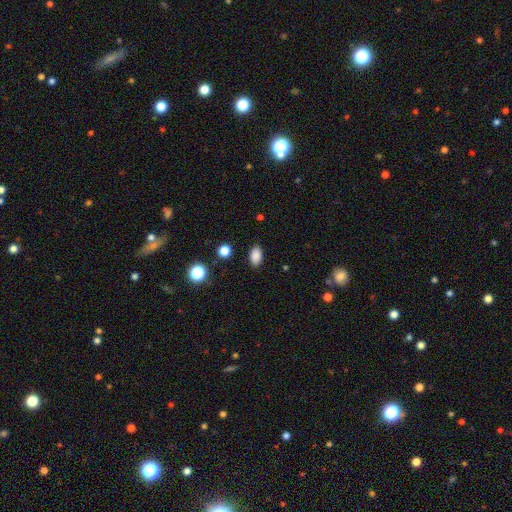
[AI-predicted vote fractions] A smooth galaxy with no disk features (87%) that is in between round and cigar-shaped (90%).

Vote fractions:
- Smooth or featured? smooth: 87% / star or artifact: 10% / featured or disk: 4%
- How rounded? in between: 90% / round: 8% / cigar-shaped: 2%
- Merging? none: 88% / minor disturbance: 9% / major disturbance: 2% / merger: 1%